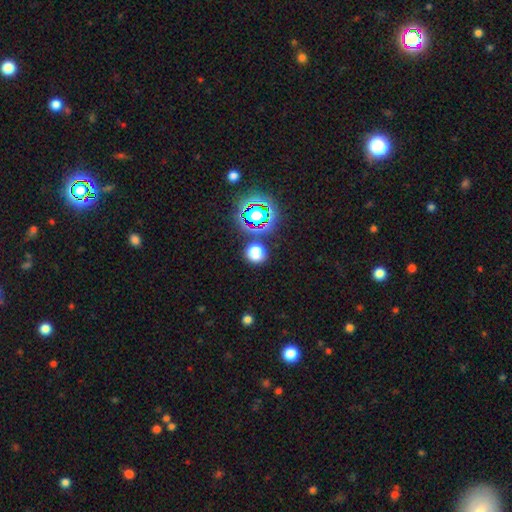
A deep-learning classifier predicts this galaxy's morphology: Smooth or featured: smooth — 68% (star or artifact — 25%)
How rounded: round — 83% (in between — 16%)
Merging: none — 79% (minor disturbance — 11%)